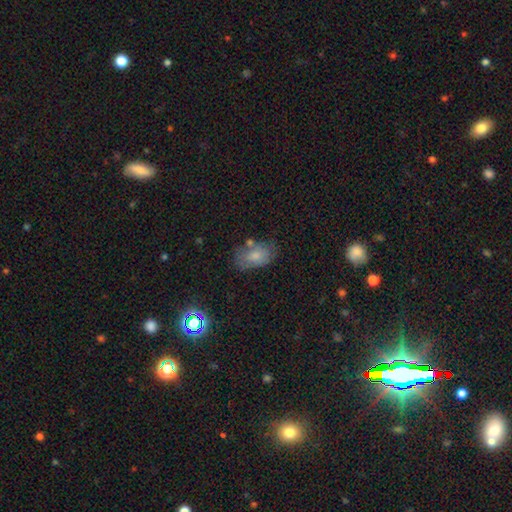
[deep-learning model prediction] Q: Smooth or featured?
A: smooth (72%); runner-up: featured or disk (17%)
Q: How rounded?
A: in between (88%); runner-up: round (10%)
Q: Merging?
A: none (60%); runner-up: minor disturbance (23%)